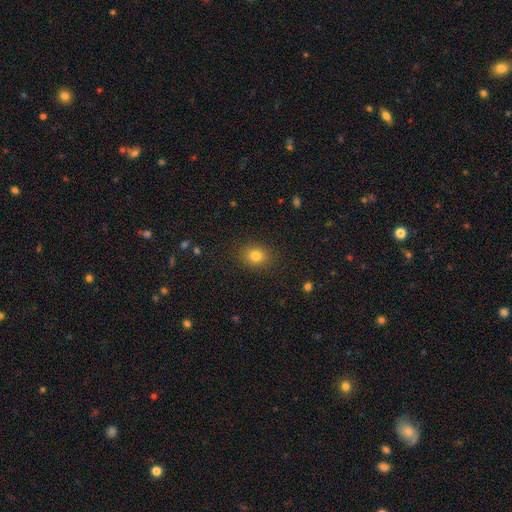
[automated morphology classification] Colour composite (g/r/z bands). It shows a smooth galaxy with no disk features (81%) that is round (58%). Merging: none (88%).